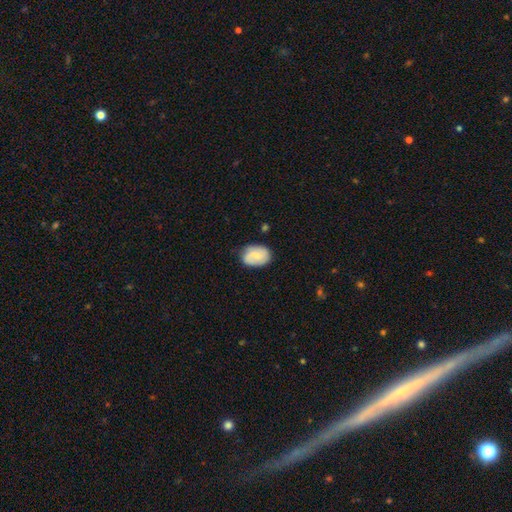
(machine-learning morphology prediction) A smooth galaxy with no disk features (61%) that is in between round and cigar-shaped (77%). Merging: none (75%).